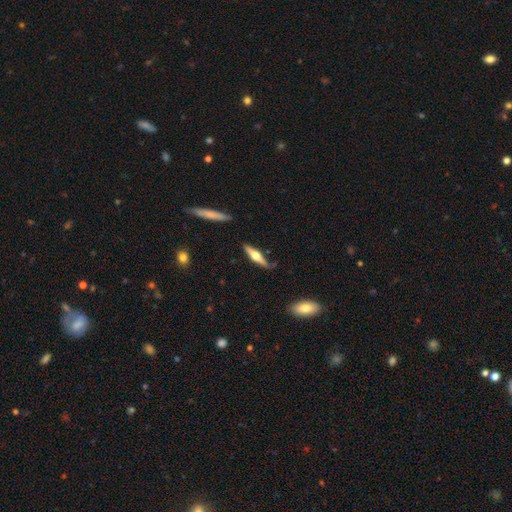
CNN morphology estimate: Overall: featured or disk (61%; smooth 34%). Edge-on disk: yes (95%). Edge-on bulge: rounded (92%). Merging: none (79%).